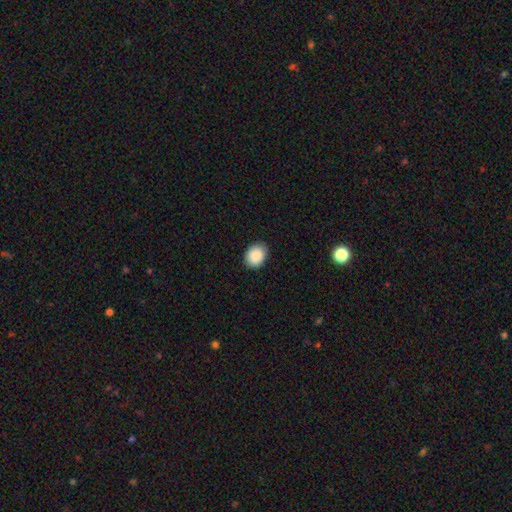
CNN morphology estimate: This appears to be a smooth galaxy with no disk features (90%) that is in between round and cigar-shaped (62%). Merging: none (87%).